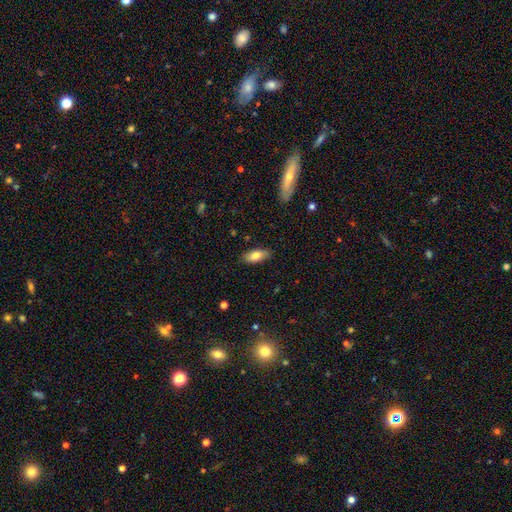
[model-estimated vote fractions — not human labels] A smooth galaxy with no disk features (76%) that is in between round and cigar-shaped (83%). Merging: none (86%).